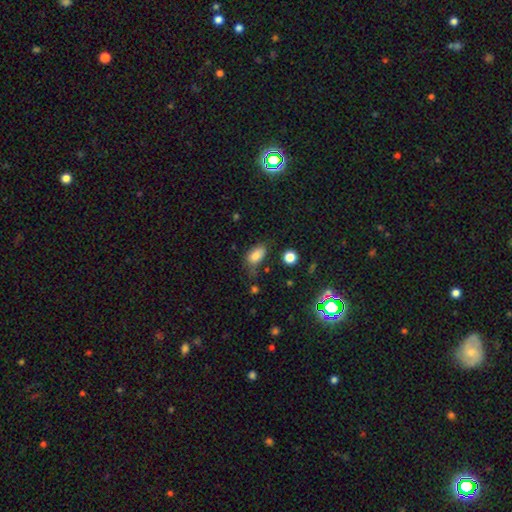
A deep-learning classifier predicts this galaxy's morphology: Smooth or featured: smooth — 81% (star or artifact — 10%)
How rounded: in between — 88% (round — 9%)
Merging: none — 50% (minor disturbance — 34%)